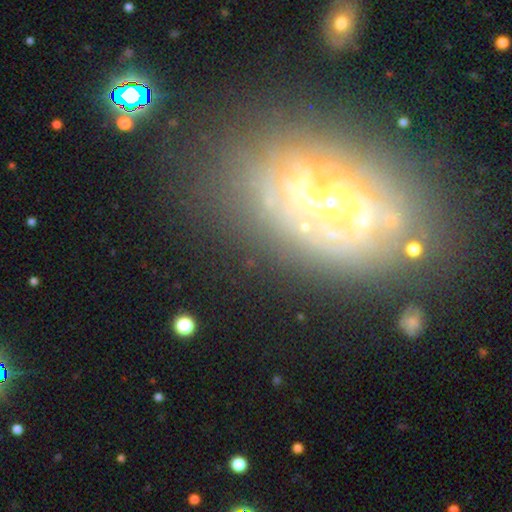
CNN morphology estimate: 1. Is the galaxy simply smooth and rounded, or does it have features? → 80% featured or disk, 11% star or artifact, 10% smooth.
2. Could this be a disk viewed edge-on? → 94% no, 6% yes.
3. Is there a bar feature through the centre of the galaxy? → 38% strong, 37% weak, 25% no.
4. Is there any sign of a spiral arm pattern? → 84% yes, 16% no.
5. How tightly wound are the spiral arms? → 52% tight, 33% medium, 14% loose.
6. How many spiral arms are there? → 46% 2, 30% can't tell, 9% 3, 6% 1, 5% 4, 4% more than 4.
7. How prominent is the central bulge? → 50% moderate, 21% large, 18% small, 7% none, 3% dominant.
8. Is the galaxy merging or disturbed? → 71% none, 16% minor disturbance, 10% major disturbance, 3% merger.